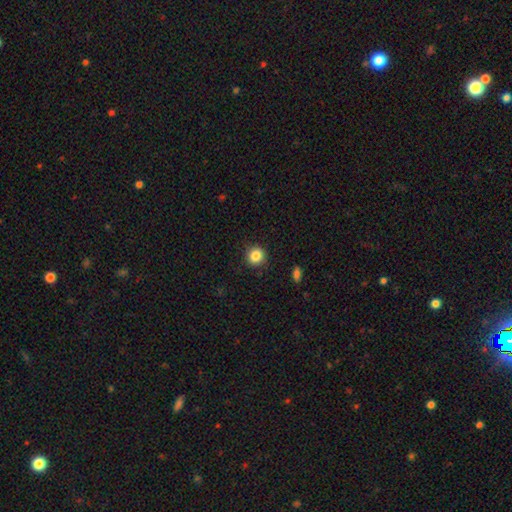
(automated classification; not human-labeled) Q: Smooth or featured?
A: smooth (85%); runner-up: star or artifact (10%)
Q: How rounded?
A: round (90%); runner-up: in between (9%)
Q: Merging?
A: none (90%); runner-up: minor disturbance (7%)